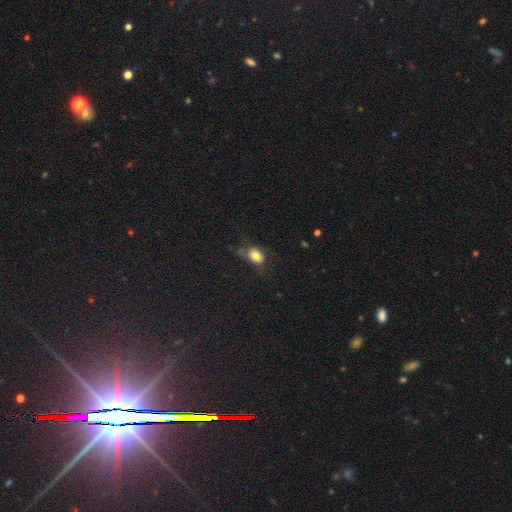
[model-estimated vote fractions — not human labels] A smooth galaxy with no disk features (80%) that is in between round and cigar-shaped (70%).

Vote fractions:
- Smooth or featured? smooth: 80% / star or artifact: 10% / featured or disk: 10%
- How rounded? in between: 70% / round: 28% / cigar-shaped: 2%
- Merging? none: 51% / minor disturbance: 29% / major disturbance: 17% / merger: 3%